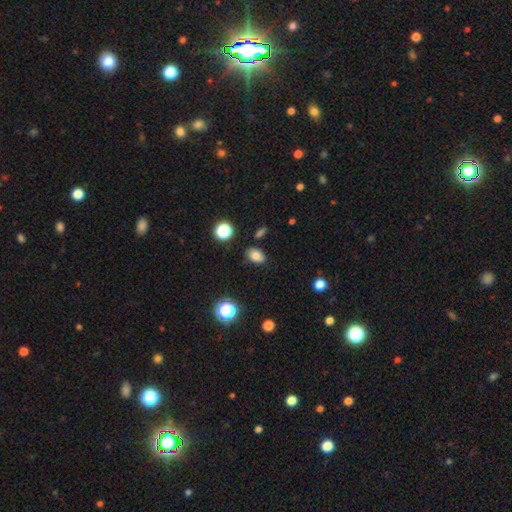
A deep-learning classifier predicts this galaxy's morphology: type=smooth (80%); roundness=in between (83%); merging=none (81%).